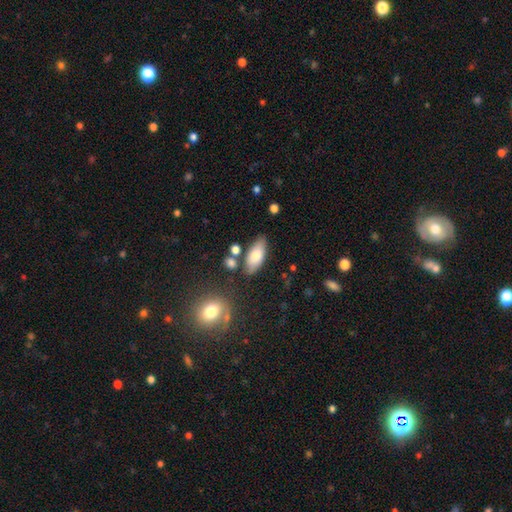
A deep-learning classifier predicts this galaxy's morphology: smooth 79%, featured or disk 14%, star or artifact 7%. Down the decision tree: how rounded — in between (86%); merging — none (73%).